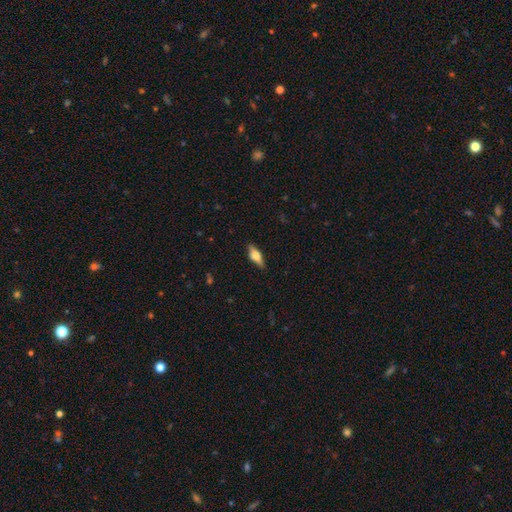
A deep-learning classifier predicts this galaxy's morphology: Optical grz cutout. It shows a smooth galaxy with no disk features (50%). Merging: none (86%).